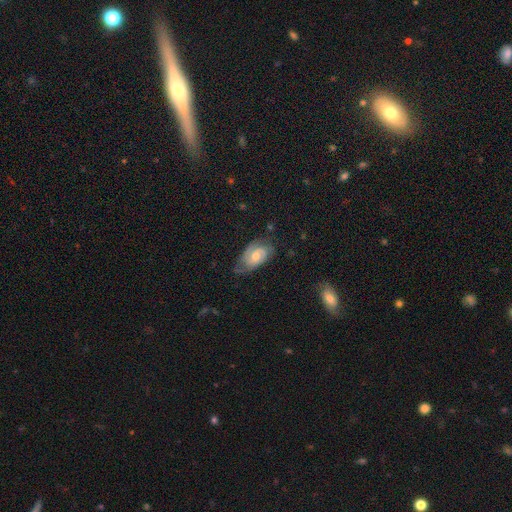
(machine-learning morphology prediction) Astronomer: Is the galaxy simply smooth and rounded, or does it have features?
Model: featured or disk — 68%.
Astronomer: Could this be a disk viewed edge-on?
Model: no — 95%.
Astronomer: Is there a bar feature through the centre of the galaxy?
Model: no — 56% (runner-up: weak, 38%).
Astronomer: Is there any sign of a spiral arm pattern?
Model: yes — 90%.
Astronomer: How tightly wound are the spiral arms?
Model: tight — 44% (runner-up: medium, 42%).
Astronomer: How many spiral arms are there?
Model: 2 — 67%.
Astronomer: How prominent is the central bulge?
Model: moderate — 61%.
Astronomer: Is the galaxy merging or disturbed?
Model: none — 58%.